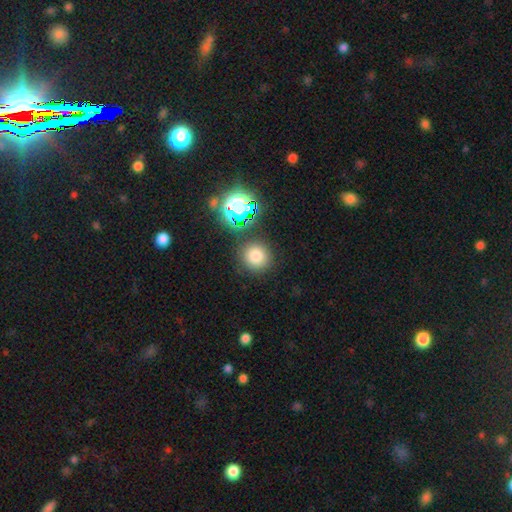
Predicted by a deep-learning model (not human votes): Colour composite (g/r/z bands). It shows a smooth galaxy with no disk features (75%) that is round (93%). Merging: none (85%).